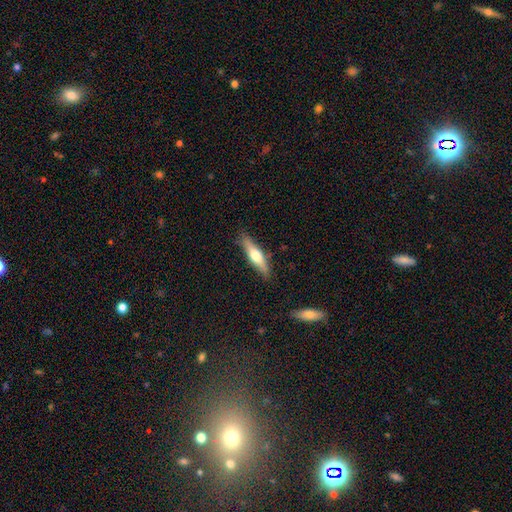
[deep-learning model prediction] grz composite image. It shows a smooth galaxy with no disk features (49%). Merging: none (85%).